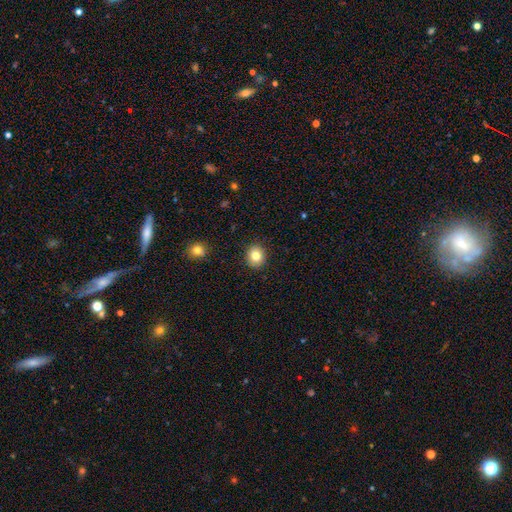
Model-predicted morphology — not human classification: A smooth galaxy with no disk features (82%) that is round (79%).

Vote fractions:
- Smooth or featured? smooth: 82% / star or artifact: 10% / featured or disk: 8%
- How rounded? round: 79% / in between: 20% / cigar-shaped: 1%
- Merging? none: 91% / minor disturbance: 6% / major disturbance: 2% / merger: 1%